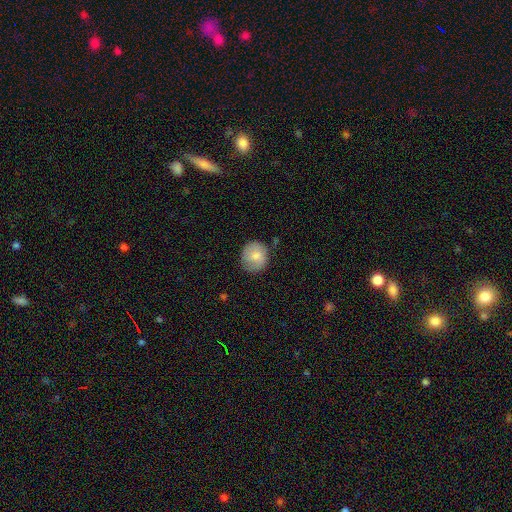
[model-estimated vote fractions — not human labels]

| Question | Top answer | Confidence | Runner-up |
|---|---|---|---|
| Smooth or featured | smooth | 75% | featured or disk (18%) |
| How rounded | round | 85% | in between (14%) |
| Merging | none | 76% | minor disturbance (18%) |